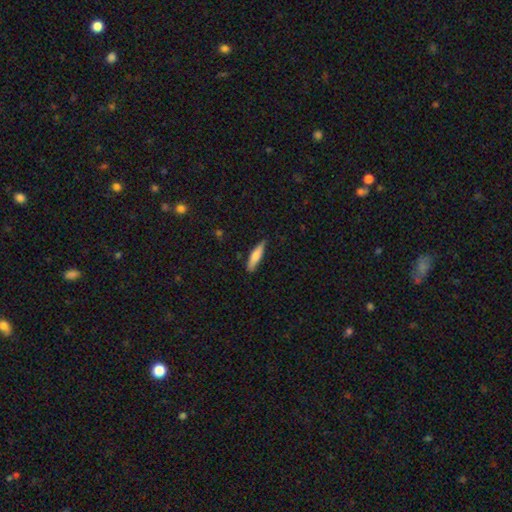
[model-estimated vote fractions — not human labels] A smooth galaxy with no disk features (74%) that is cigar-shaped (76%). Merging: none (84%).